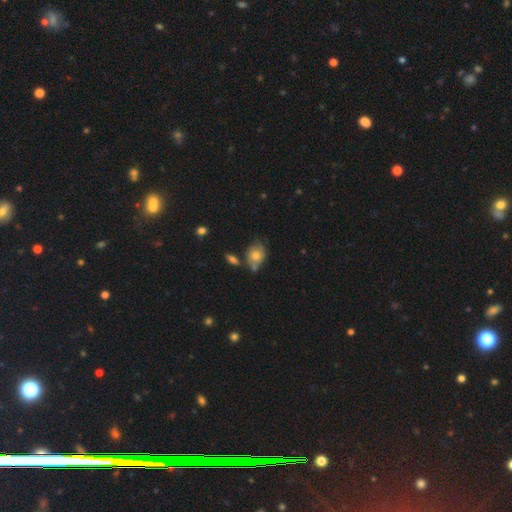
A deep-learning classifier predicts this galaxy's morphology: A smooth galaxy with no disk features (65%) that is in between round and cigar-shaped (69%).

Vote fractions:
- Smooth or featured? smooth: 65% / featured or disk: 26% / star or artifact: 9%
- How rounded? in between: 69% / round: 30% / cigar-shaped: 2%
- Merging? none: 50% / minor disturbance: 25% / merger: 19% / major disturbance: 7%